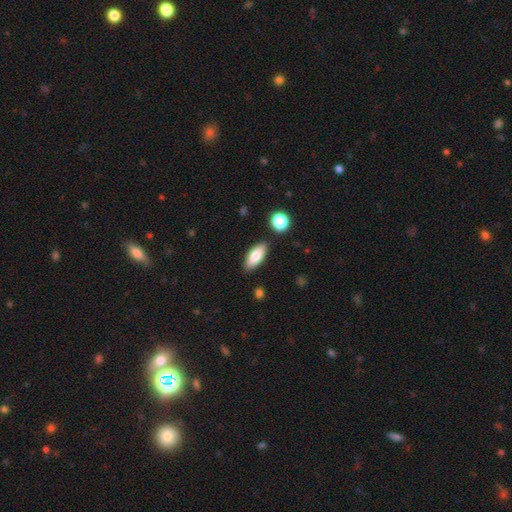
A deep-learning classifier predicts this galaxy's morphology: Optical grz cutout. It shows a smooth galaxy with no disk features (79%) that is in between round and cigar-shaped (78%). Merging: none (86%).